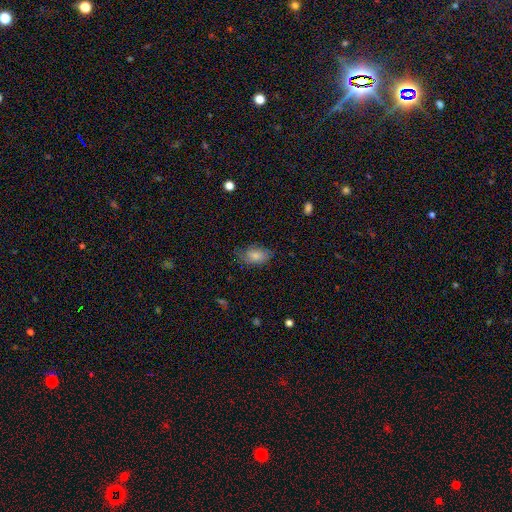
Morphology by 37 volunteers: Volunteers were most divided on "merging": none: 49%, minor disturbance: 37%, major disturbance: 14%, merger: 0%. More confident: how rounded — in between (96%); smooth or featured — smooth (62%).